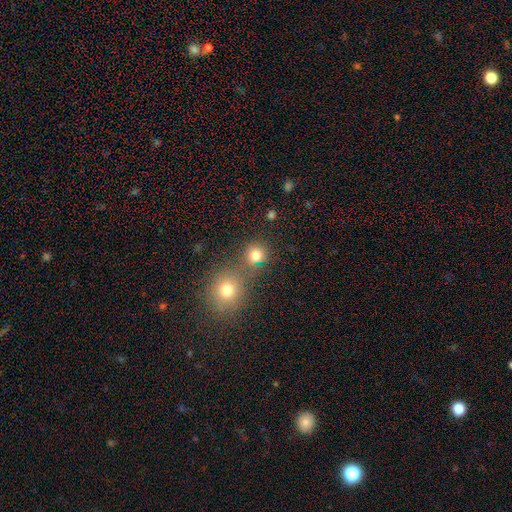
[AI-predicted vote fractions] The model was most divided on "merging": none: 60%, merger: 30%, minor disturbance: 7%, major disturbance: 3%. More confident: how rounded — round (88%); smooth or featured — smooth (79%).